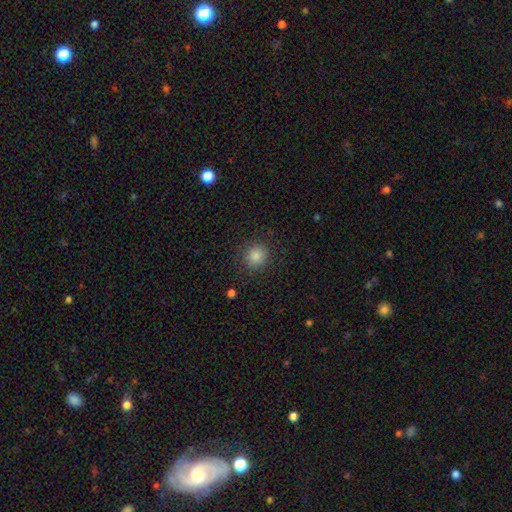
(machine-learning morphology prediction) This is clearly a smooth galaxy (83%). How rounded: clearly round (88%). Merging: clearly none (88%).